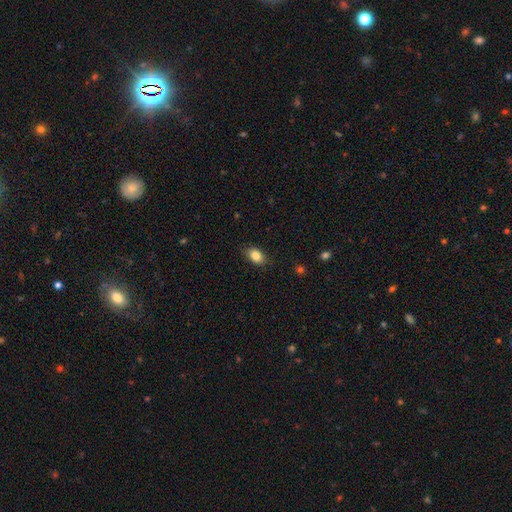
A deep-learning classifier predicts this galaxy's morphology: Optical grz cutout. It shows a smooth galaxy with no disk features (84%) that is in between round and cigar-shaped (84%). Merging: none (85%).